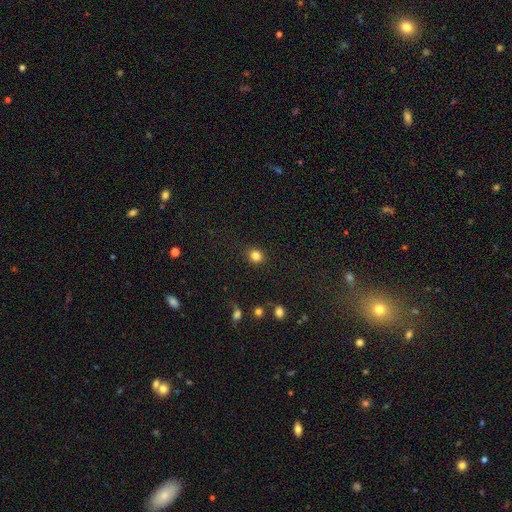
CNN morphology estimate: This is clearly a smooth galaxy (83%). How rounded: clearly round (81%). Merging: clearly none (88%).